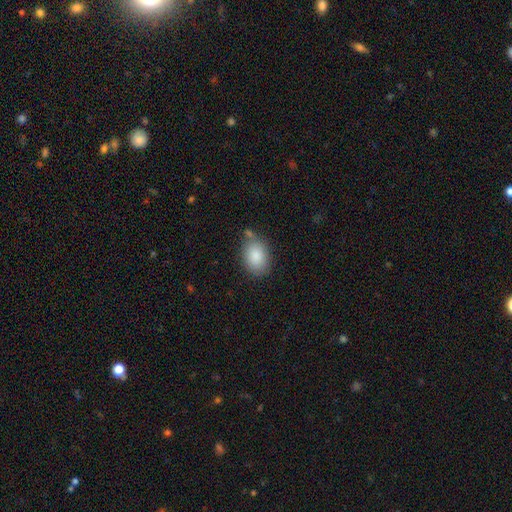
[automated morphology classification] This appears to be a smooth galaxy with no disk features (87%) that is in between round and cigar-shaped (82%). Merging: none (69%).